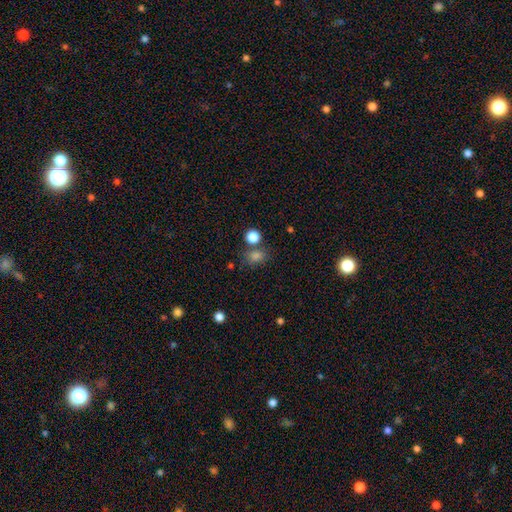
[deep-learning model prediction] smooth 76%, star or artifact 18%, featured or disk 6%. Down the decision tree: how rounded — in between (51%); merging — none (69%).